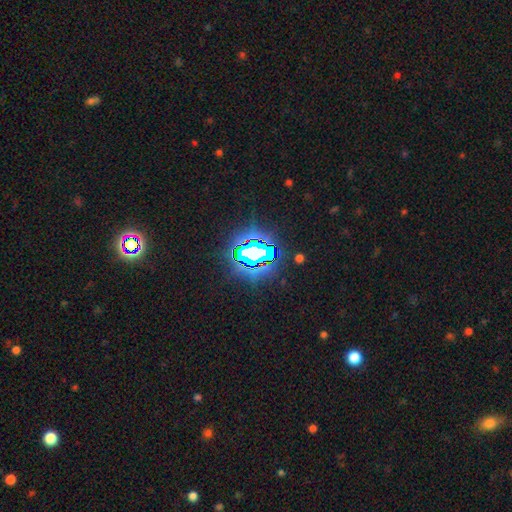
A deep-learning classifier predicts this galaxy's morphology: star or artifact 79%, smooth 11%, featured or disk 10%.